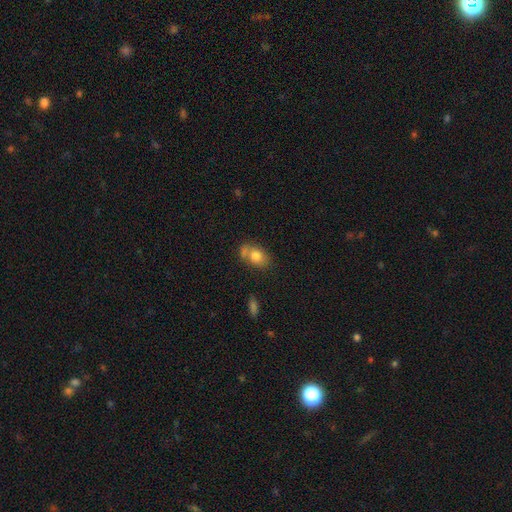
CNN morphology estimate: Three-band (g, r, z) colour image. It shows a smooth galaxy with no disk features (78%) that is in between round and cigar-shaped (72%). Merging: none (47%).